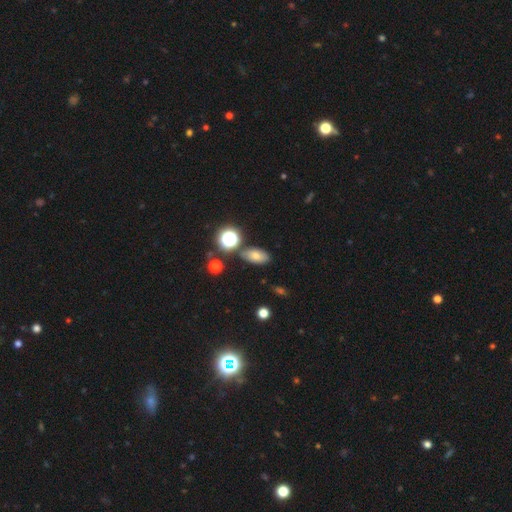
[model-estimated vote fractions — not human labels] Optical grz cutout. It shows a smooth galaxy with no disk features (69%) that is in between round and cigar-shaped (85%). Merging: none (80%).